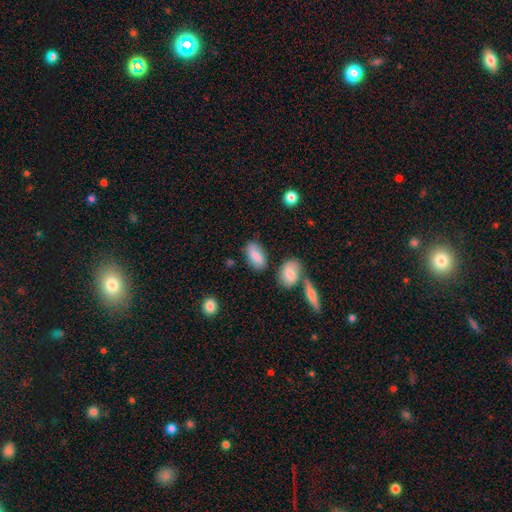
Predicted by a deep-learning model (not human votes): Morphology: type=smooth (82%); roundness=in between (91%); merging=none (76%).